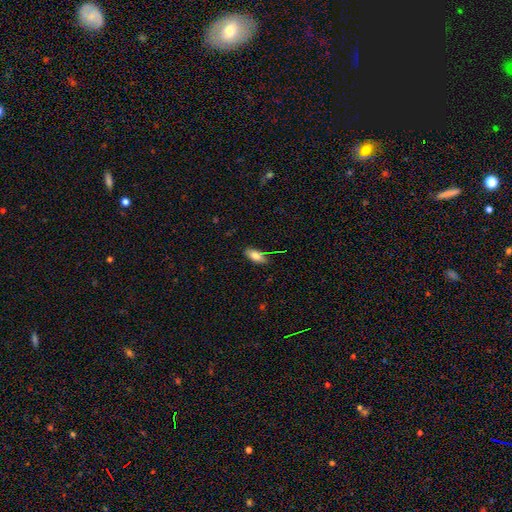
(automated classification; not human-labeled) Smooth or featured?
  - smooth: 80% *
  - featured or disk: 12%
  - star or artifact: 8%
How rounded?
  - in between: 85% *
  - cigar-shaped: 13%
  - round: 3%
Merging?
  - none: 77% *
  - minor disturbance: 17%
  - major disturbance: 3%
  - merger: 2%